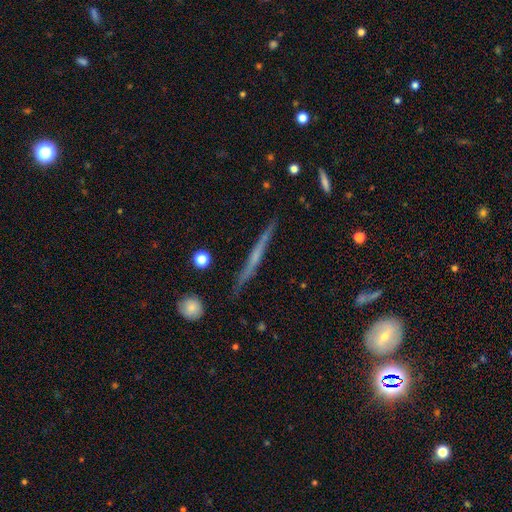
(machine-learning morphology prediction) Smooth or featured? featured or disk (68%)
Edge-on disk? yes (97%)
Edge-on bulge? none (63%)
Merging? none (87%)